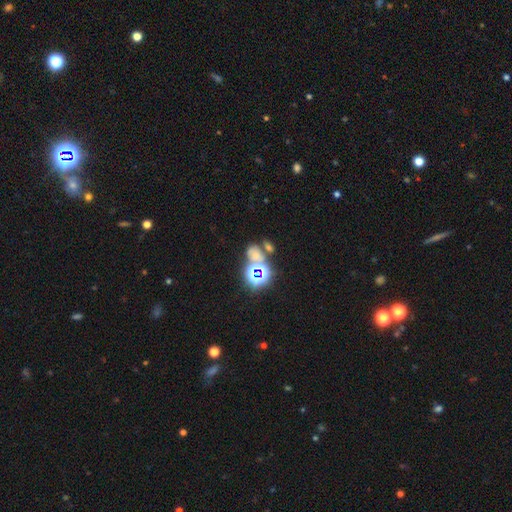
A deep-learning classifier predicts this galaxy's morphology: type=star or artifact (47%).